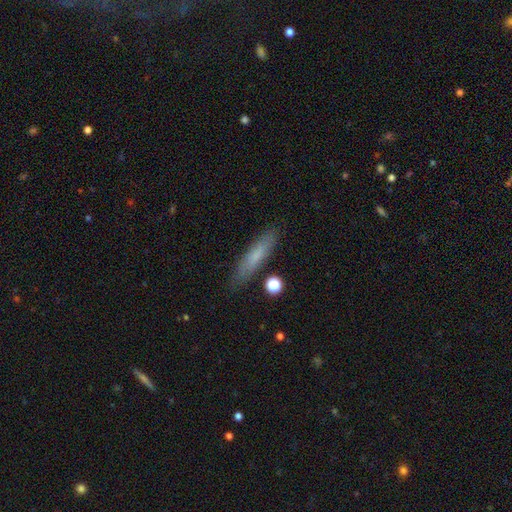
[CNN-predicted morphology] Smooth or featured? smooth (70%)
How rounded? cigar-shaped (83%)
Merging? none (84%)